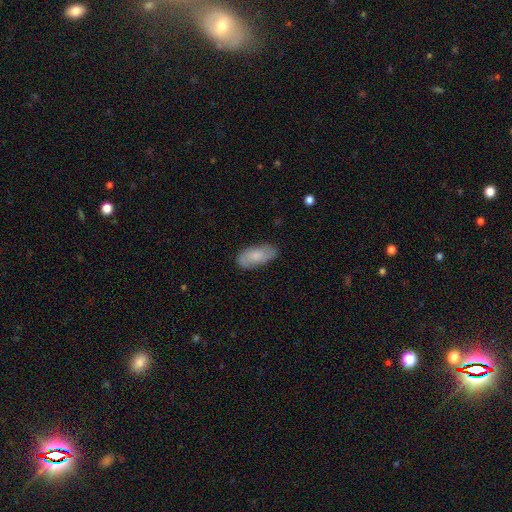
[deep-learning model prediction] This appears to be a smooth galaxy with no disk features (77%) that is in between round and cigar-shaped (89%). Merging: none (79%).